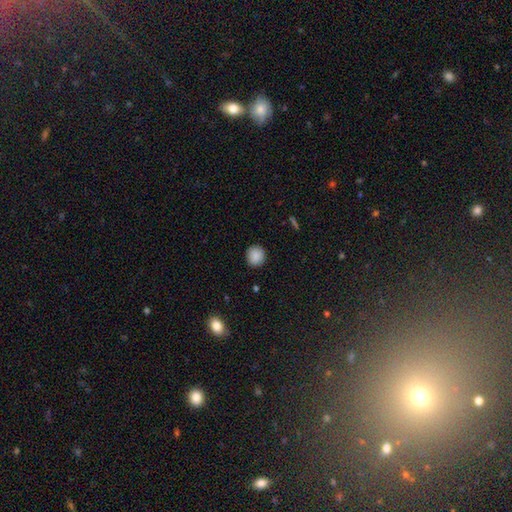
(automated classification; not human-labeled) smooth_or_featured: smooth (p=0.88) [alt: star or artifact p=0.08]
how_rounded: round (p=0.88) [alt: in between p=0.11]
merging: none (p=0.89) [alt: minor disturbance p=0.08]